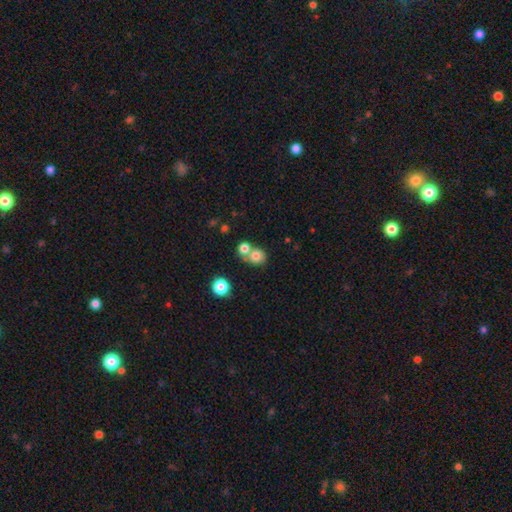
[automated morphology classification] A smooth galaxy with no disk features (77%) that is round (77%). Merging: merger (46%).